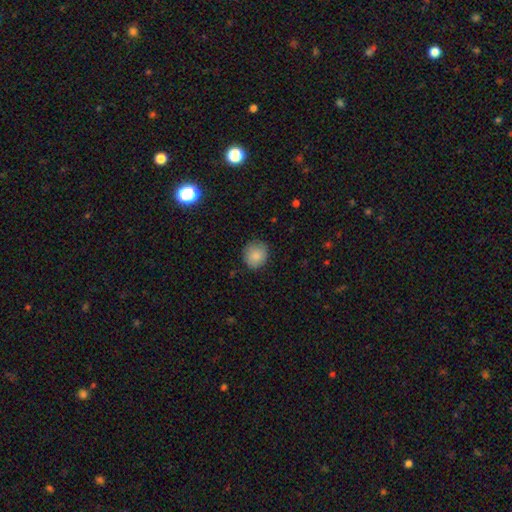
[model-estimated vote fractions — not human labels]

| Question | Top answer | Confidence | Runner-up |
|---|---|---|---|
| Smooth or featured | smooth | 85% | star or artifact (8%) |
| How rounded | round | 85% | in between (14%) |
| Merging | none | 83% | minor disturbance (13%) |